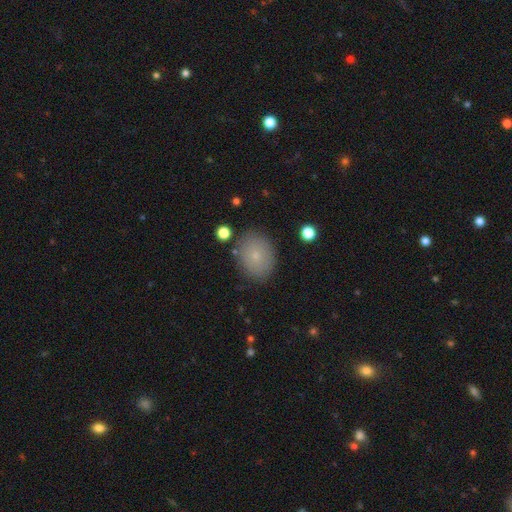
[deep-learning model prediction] Morphology: type=smooth (78%); roundness=in between (56%); merging=none (84%).